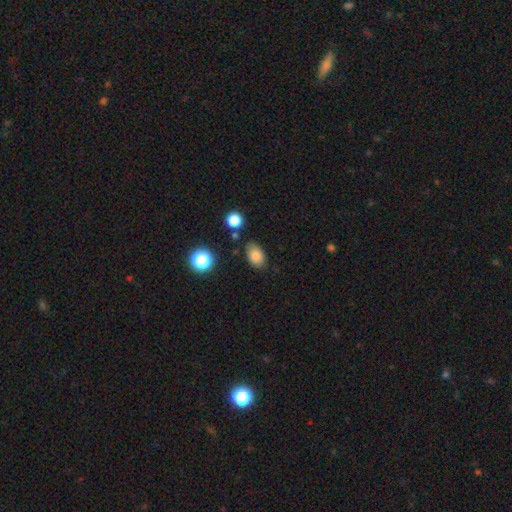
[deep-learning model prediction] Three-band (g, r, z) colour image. It shows a smooth galaxy with no disk features (82%) that is in between round and cigar-shaped (83%). Merging: none (74%).